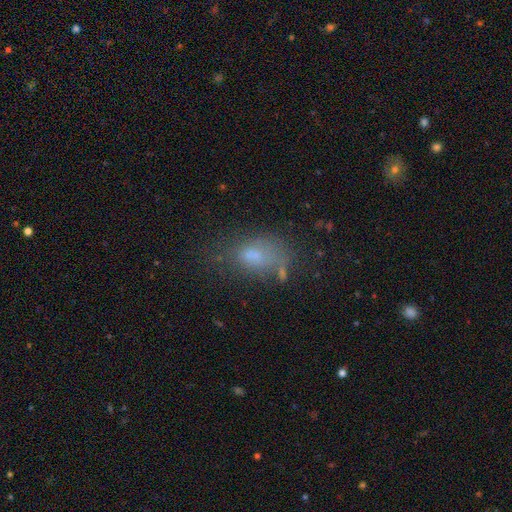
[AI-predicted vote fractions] Smooth or featured: smooth — 65% (featured or disk — 19%)
How rounded: in between — 83% (round — 14%)
Merging: none — 44% (minor disturbance — 25%)